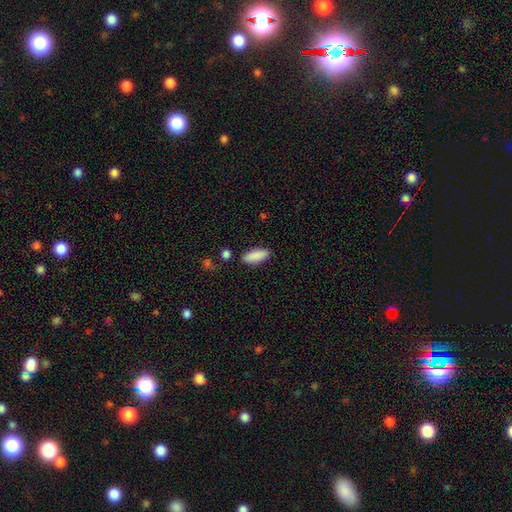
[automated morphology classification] This appears to be a smooth galaxy with no disk features (89%) that is in between round and cigar-shaped (74%). Merging: none (86%).